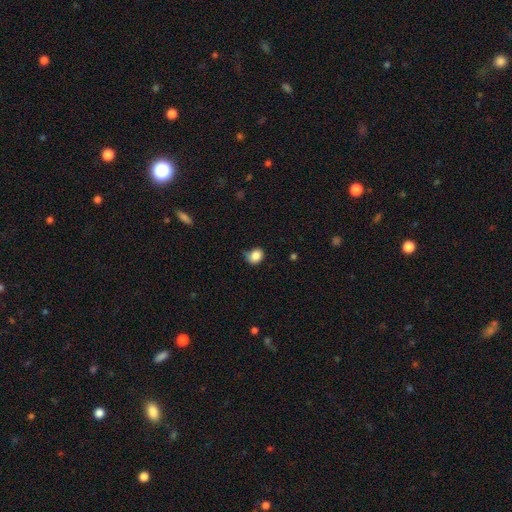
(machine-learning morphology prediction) Smooth or featured: smooth — 84% (star or artifact — 9%)
How rounded: round — 57% (in between — 42%)
Merging: none — 50% (minor disturbance — 38%)